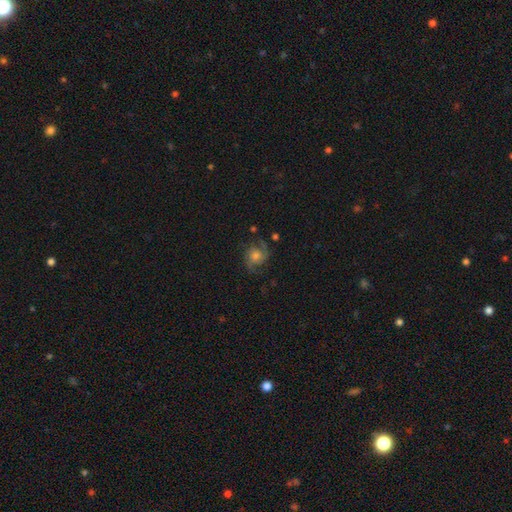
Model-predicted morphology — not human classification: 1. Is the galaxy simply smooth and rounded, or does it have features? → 71% featured or disk, 19% smooth, 10% star or artifact.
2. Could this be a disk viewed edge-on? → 98% no, 2% yes.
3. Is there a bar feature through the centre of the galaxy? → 75% no, 22% weak, 3% strong.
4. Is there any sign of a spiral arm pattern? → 94% yes, 6% no.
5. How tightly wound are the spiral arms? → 49% medium, 28% tight, 23% loose.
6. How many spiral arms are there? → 53% 2, 22% 3, 13% can't tell, 5% 4, 4% 1, 4% more than 4.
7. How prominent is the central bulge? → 52% moderate, 25% small, 16% large, 5% none, 2% dominant.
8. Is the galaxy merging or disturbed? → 69% none, 18% minor disturbance, 11% major disturbance, 2% merger.